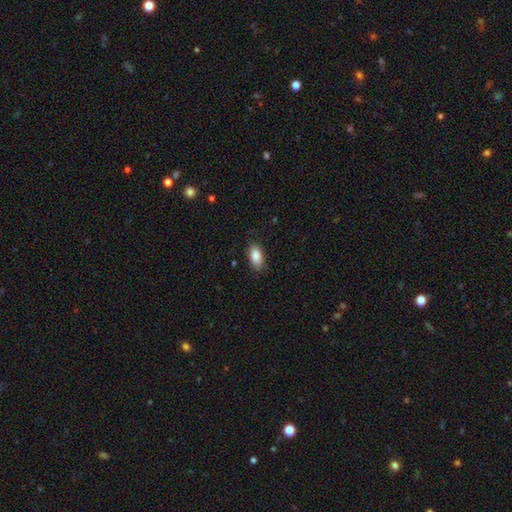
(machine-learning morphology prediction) Smooth or featured?
  - smooth: 88% *
  - star or artifact: 7%
  - featured or disk: 5%
How rounded?
  - in between: 92% *
  - cigar-shaped: 5%
  - round: 3%
Merging?
  - none: 84% *
  - minor disturbance: 13%
  - major disturbance: 3%
  - merger: 1%